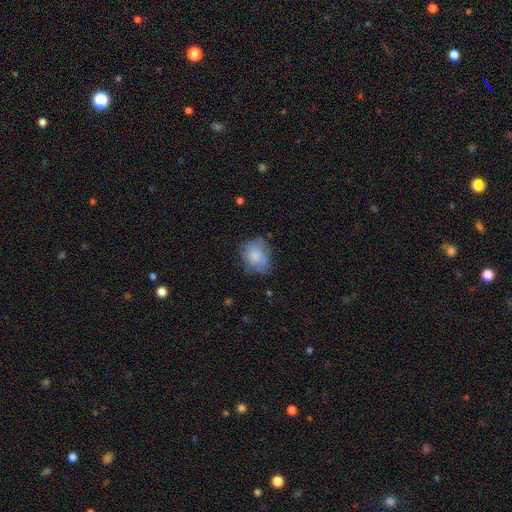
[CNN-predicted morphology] type=smooth (73%); roundness=round (55%); merging=none (57%).